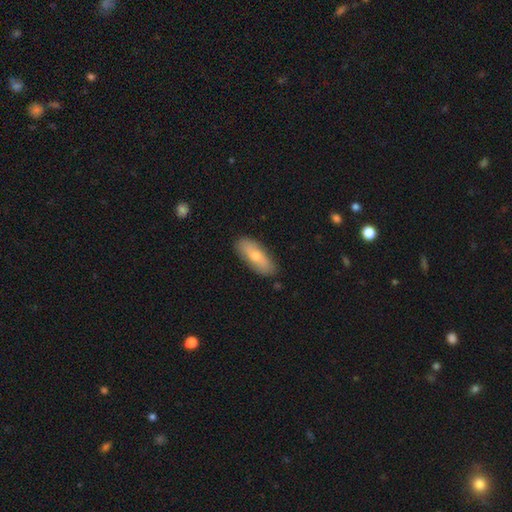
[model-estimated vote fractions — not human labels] A smooth galaxy with no disk features (62%) that is in between round and cigar-shaped (69%).

Vote fractions:
- Smooth or featured? smooth: 62% / featured or disk: 31% / star or artifact: 7%
- How rounded? in between: 69% / cigar-shaped: 29% / round: 3%
- Merging? none: 86% / minor disturbance: 11% / major disturbance: 2% / merger: 1%